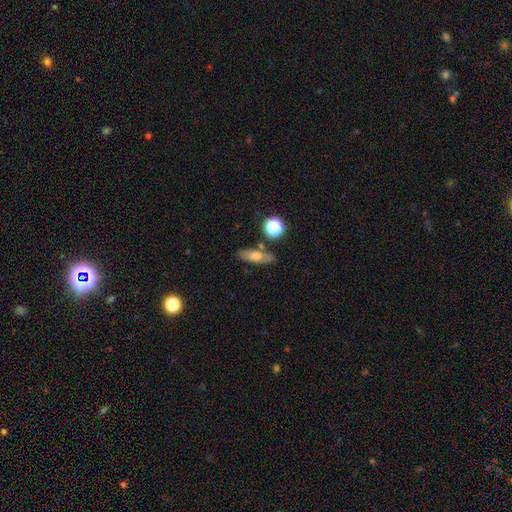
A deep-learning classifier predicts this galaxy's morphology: This appears to be a smooth galaxy with no disk features (65%) that is in between round and cigar-shaped (54%). Merging: none (77%).